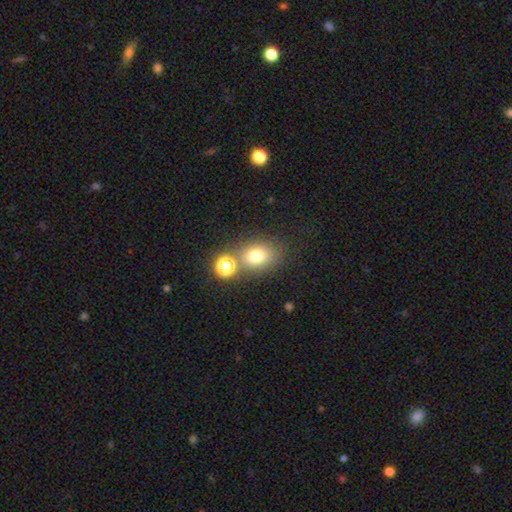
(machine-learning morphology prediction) Smooth or featured? Predicted: smooth (p=0.75). How rounded? Predicted: in between (p=0.55). Merging? Predicted: none (p=0.65).